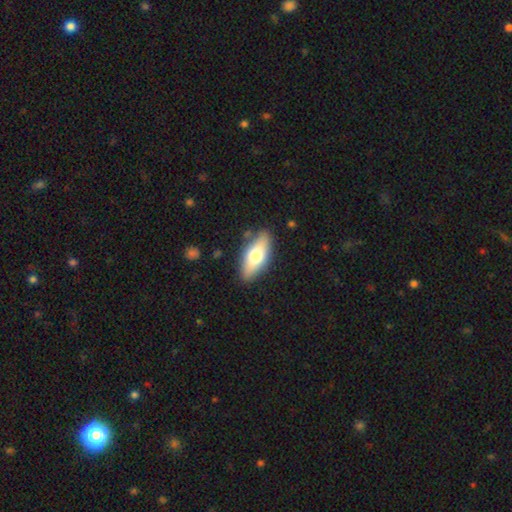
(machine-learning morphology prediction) This appears to be a smooth galaxy with no disk features (64%) that is in between round and cigar-shaped (76%). Merging: none (85%).